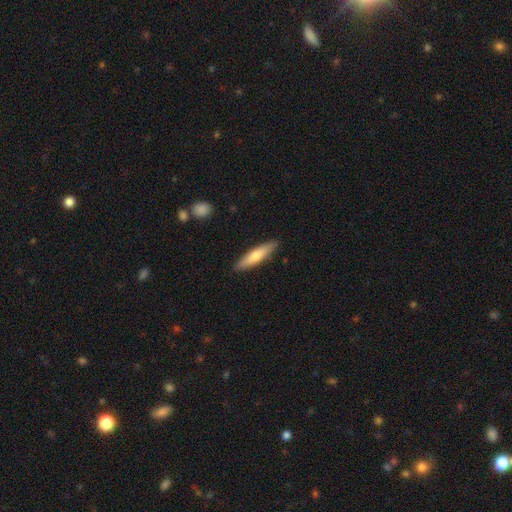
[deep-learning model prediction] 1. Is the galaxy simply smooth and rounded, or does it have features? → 63% smooth, 32% featured or disk, 5% star or artifact.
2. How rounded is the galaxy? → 81% cigar-shaped, 17% in between, 2% round.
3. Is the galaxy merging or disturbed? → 89% none, 9% minor disturbance, 2% major disturbance, 1% merger.